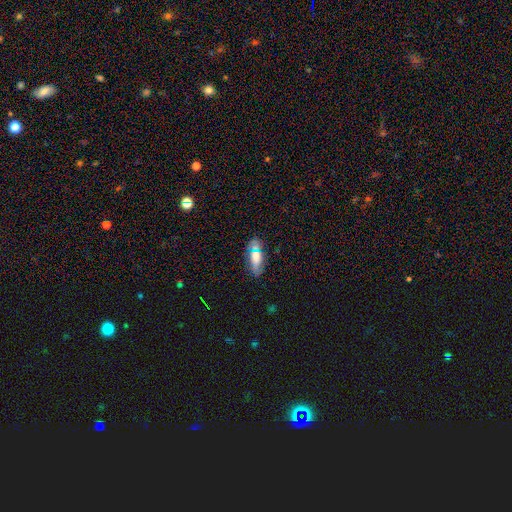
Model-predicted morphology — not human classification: smooth_or_featured: smooth (p=0.69) [alt: featured or disk p=0.19]
how_rounded: in between (p=0.68) [alt: cigar-shaped p=0.27]
merging: none (p=0.72) [alt: minor disturbance p=0.19]